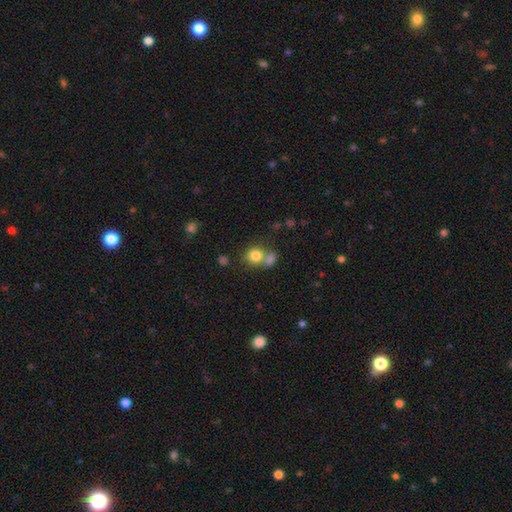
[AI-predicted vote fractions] Smooth or featured? Predicted: smooth (p=0.81). How rounded? Predicted: round (p=0.78). Merging? Predicted: none (p=0.50).